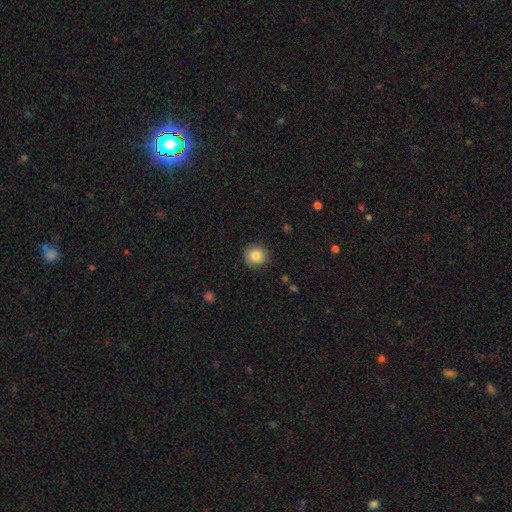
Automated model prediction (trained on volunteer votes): A smooth galaxy with no disk features (87%) that is round (90%).

Vote fractions:
- Smooth or featured? smooth: 87% / star or artifact: 8% / featured or disk: 5%
- How rounded? round: 90% / in between: 9% / cigar-shaped: 1%
- Merging? none: 86% / minor disturbance: 10% / major disturbance: 3% / merger: 1%